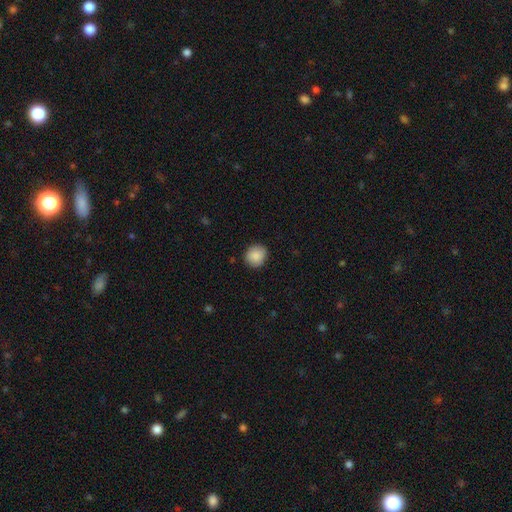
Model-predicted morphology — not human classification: Smooth or featured: smooth — 89% (star or artifact — 8%)
How rounded: round — 84% (in between — 15%)
Merging: none — 89% (minor disturbance — 8%)